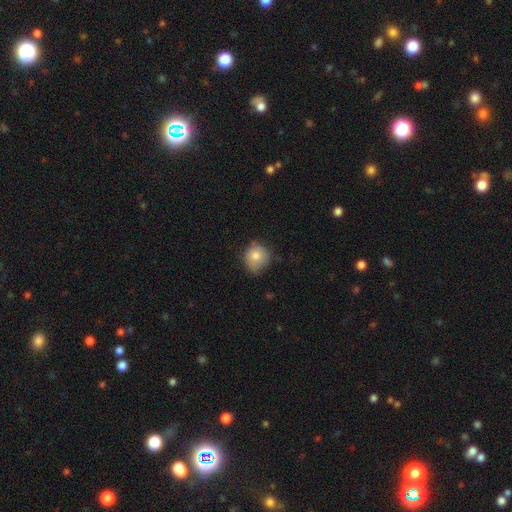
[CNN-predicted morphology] smooth_or_featured: smooth (p=0.78) [alt: featured or disk p=0.13]
how_rounded: round (p=0.82) [alt: in between p=0.17]
merging: none (p=0.62) [alt: minor disturbance p=0.31]